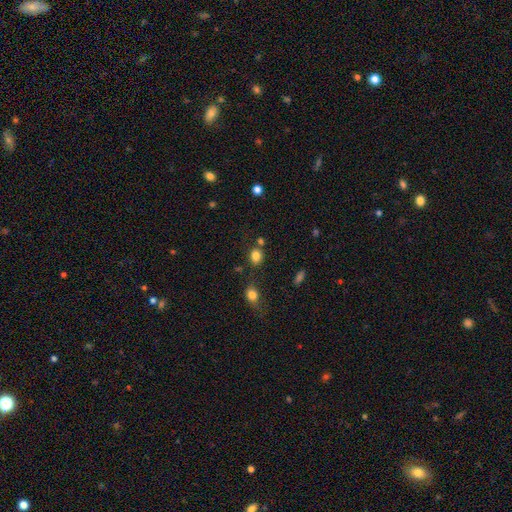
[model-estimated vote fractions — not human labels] Smooth or featured?
  - smooth: 82% *
  - star or artifact: 12%
  - featured or disk: 6%
How rounded?
  - round: 57% *
  - in between: 42%
  - cigar-shaped: 1%
Merging?
  - none: 72% *
  - minor disturbance: 12%
  - merger: 11%
  - major disturbance: 4%